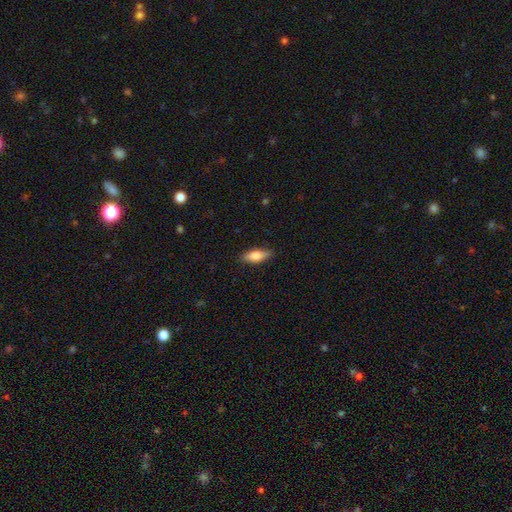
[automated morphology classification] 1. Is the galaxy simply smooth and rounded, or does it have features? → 78% smooth, 16% featured or disk, 6% star or artifact.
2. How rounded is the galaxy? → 67% in between, 31% cigar-shaped, 3% round.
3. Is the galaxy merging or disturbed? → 86% none, 11% minor disturbance, 2% major disturbance, 1% merger.